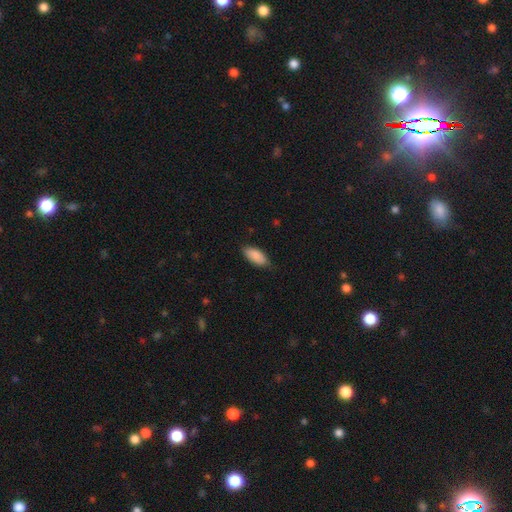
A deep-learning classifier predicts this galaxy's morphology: smooth_or_featured: smooth (p=0.89) [alt: star or artifact p=0.06]
how_rounded: in between (p=0.89) [alt: cigar-shaped p=0.09]
merging: none (p=0.80) [alt: minor disturbance p=0.16]